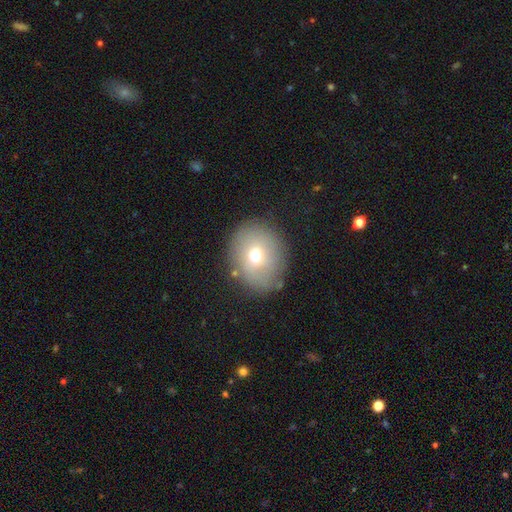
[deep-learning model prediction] A smooth galaxy with no disk features (69%) that is round (72%). Merging: none (81%).